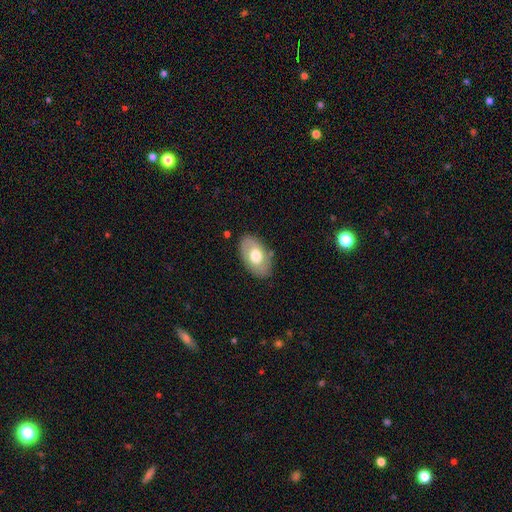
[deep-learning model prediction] Smooth or featured?
  - smooth: 61% *
  - featured or disk: 33%
  - star or artifact: 6%
How rounded?
  - in between: 91% *
  - round: 7%
  - cigar-shaped: 1%
Merging?
  - none: 79% *
  - minor disturbance: 15%
  - major disturbance: 4%
  - merger: 2%